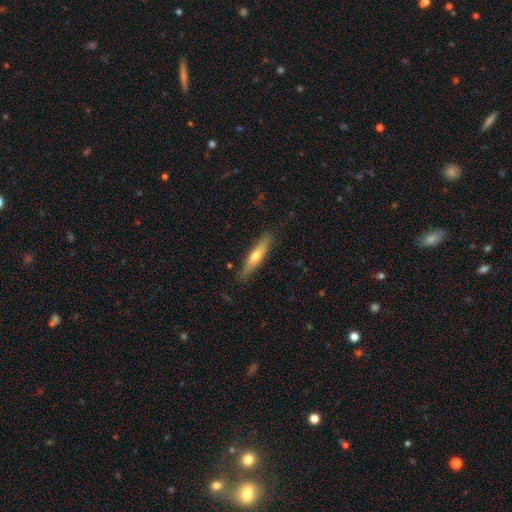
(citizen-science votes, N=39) Morphology: type=featured or disk (56%); edge-on=yes (100%); edge-on bulge=rounded (86%); merging=none (95%).